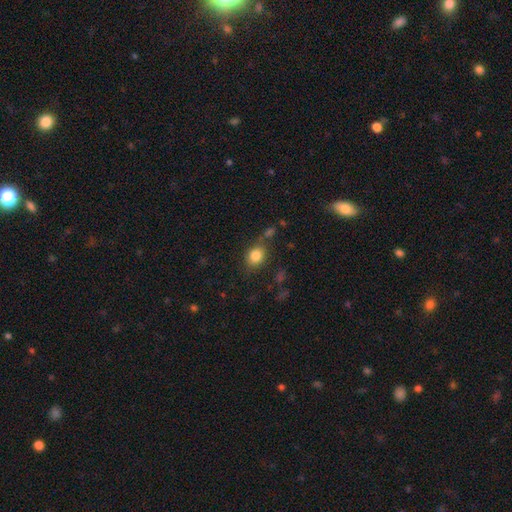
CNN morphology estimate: A smooth galaxy with no disk features (83%) that is round (53%). Merging: none (72%).